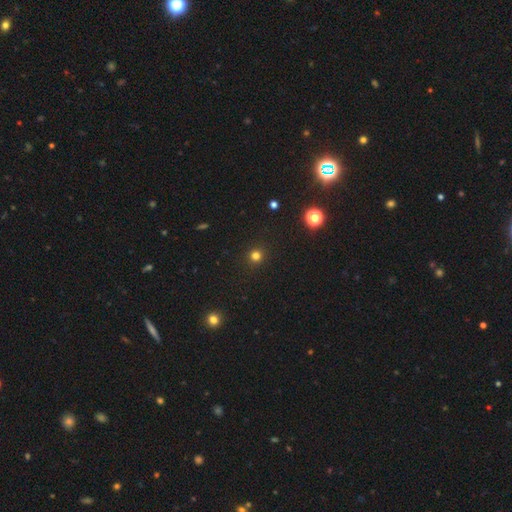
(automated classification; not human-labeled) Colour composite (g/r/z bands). It shows a smooth galaxy with no disk features (78%) that is round (94%). Merging: none (92%).